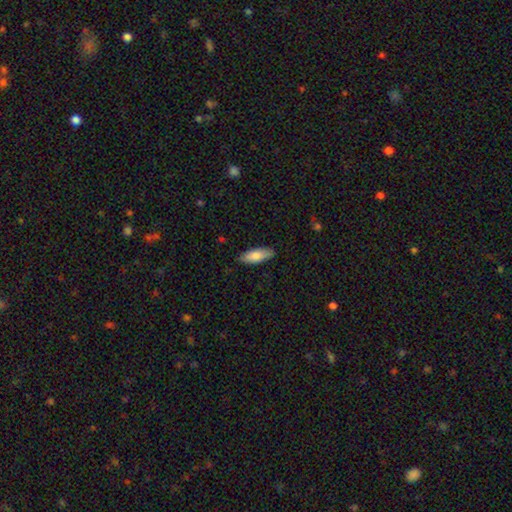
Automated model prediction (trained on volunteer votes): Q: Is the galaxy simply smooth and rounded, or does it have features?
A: smooth — 83%.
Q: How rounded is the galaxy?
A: in between — 70%.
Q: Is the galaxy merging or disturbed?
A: none — 85%.